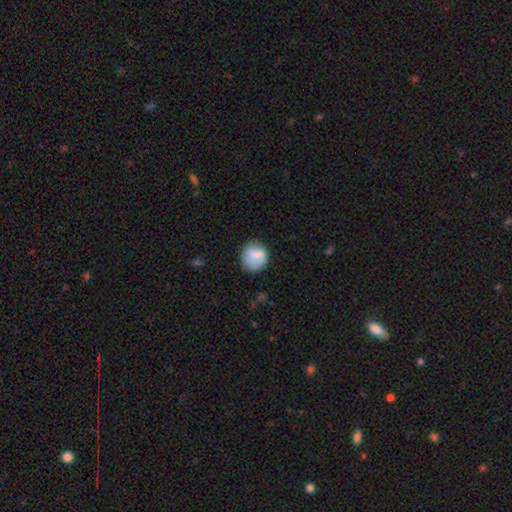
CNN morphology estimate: smooth-or-featured: smooth: 78% | featured or disk: 15% | star or artifact: 7%
  how-rounded: round: 81% | in between: 18% | cigar-shaped: 1%
  merging: none: 70% | minor disturbance: 20% | major disturbance: 7% | merger: 3%